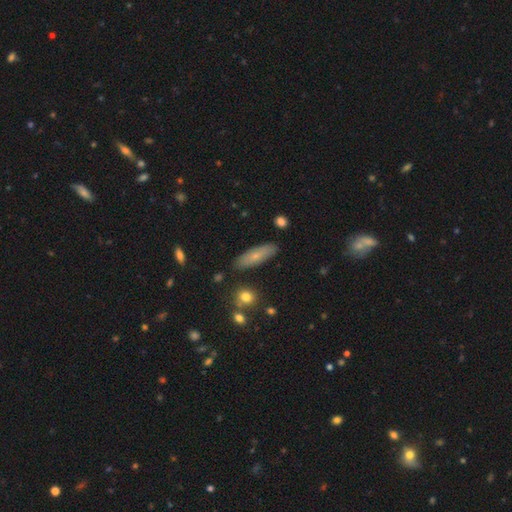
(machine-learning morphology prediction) A smooth galaxy with no disk features (70%) that is cigar-shaped (56%). Merging: none (85%).